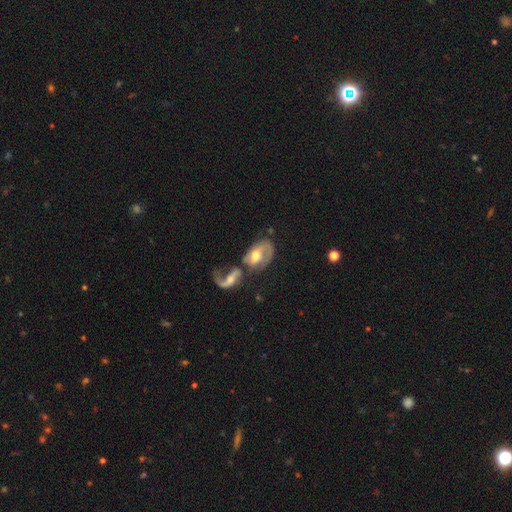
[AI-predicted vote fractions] This is likely a featured or disk galaxy (66%). It is clearly not viewed edge-on (94%). Bar: possibly no (49%). Spiral arm pattern: likely yes (74%). Central bulge: likely moderate (71%). Merging: possibly merger (53%).